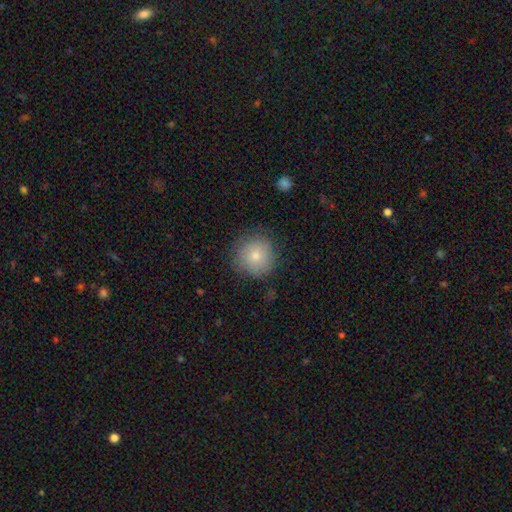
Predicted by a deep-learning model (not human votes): Q: Smooth or featured?
A: smooth (80%); runner-up: featured or disk (12%)
Q: How rounded?
A: round (93%); runner-up: in between (6%)
Q: Merging?
A: none (82%); runner-up: minor disturbance (14%)